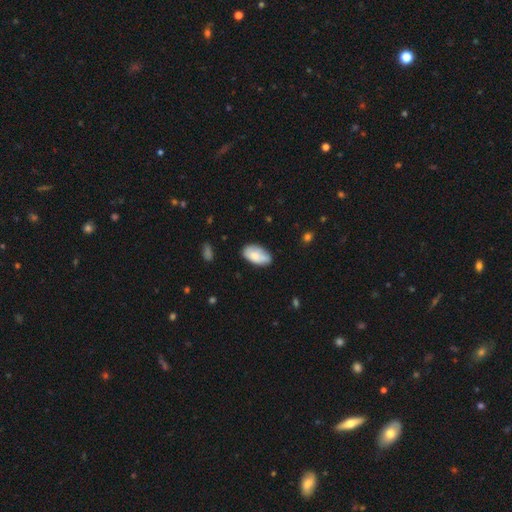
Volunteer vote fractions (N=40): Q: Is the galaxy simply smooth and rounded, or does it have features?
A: smooth — 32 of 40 (80%).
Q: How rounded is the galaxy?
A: in between — 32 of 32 (100%).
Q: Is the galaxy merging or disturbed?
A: none — 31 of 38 (82%).